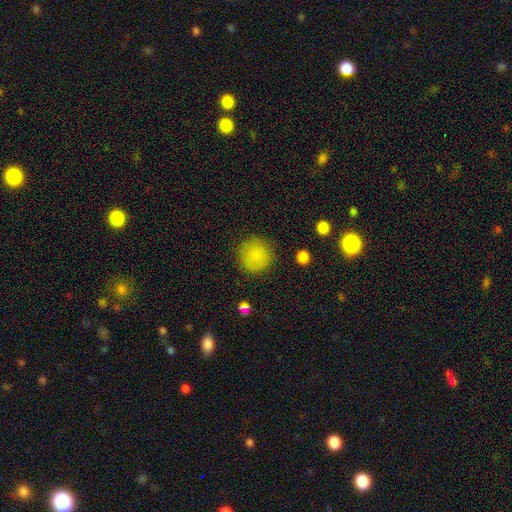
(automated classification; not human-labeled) smooth-or-featured: smooth: 82% | star or artifact: 10% | featured or disk: 8%
  how-rounded: round: 94% | in between: 5% | cigar-shaped: 1%
  merging: none: 86% | minor disturbance: 9% | major disturbance: 3% | merger: 1%